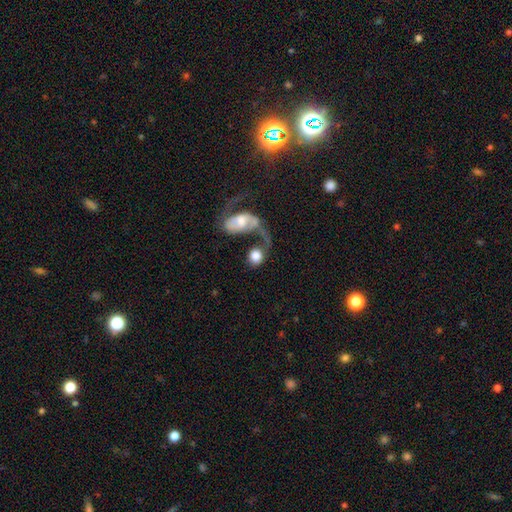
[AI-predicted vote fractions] Smooth or featured? smooth (65%)
How rounded? round (54%)
Merging? merger (46%)